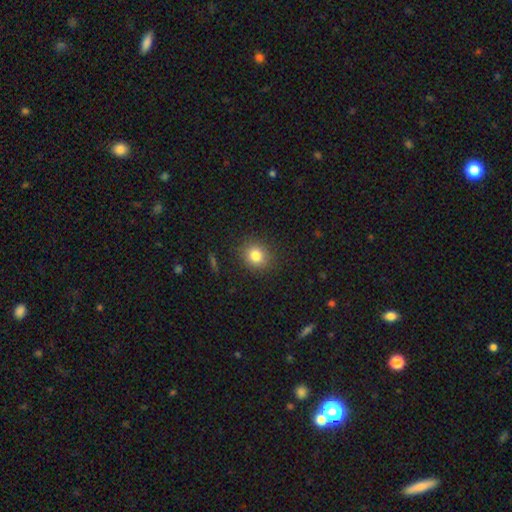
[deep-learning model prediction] A smooth galaxy with no disk features (81%) that is round (75%). Merging: none (88%).